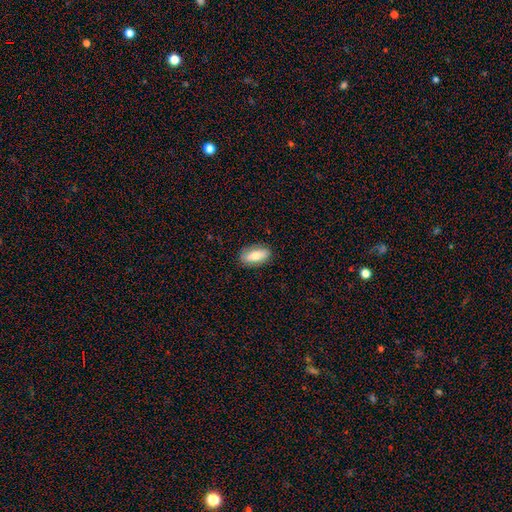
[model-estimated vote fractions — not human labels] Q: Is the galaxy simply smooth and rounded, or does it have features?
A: smooth — 74%.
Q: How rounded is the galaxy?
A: in between — 87%.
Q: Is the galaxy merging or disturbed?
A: none — 84%.